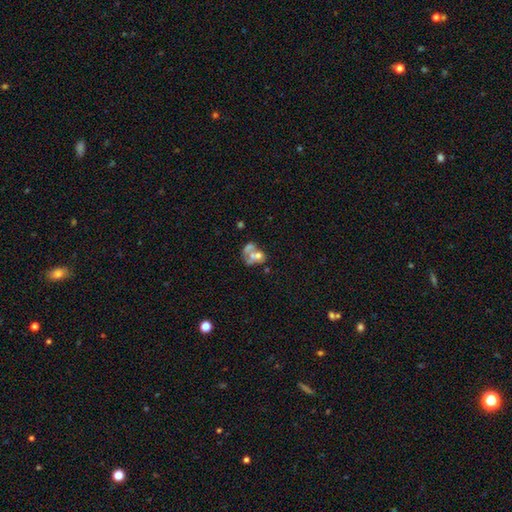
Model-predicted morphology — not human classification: A featured or disk galaxy (45%).

Vote fractions:
- Smooth or featured? featured or disk: 45% / smooth: 42% / star or artifact: 13%
- Merging? merger: 56% / none: 21% / major disturbance: 14% / minor disturbance: 10%